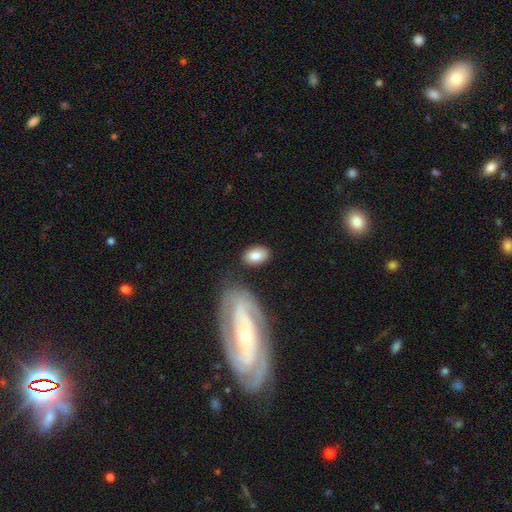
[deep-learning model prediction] This appears to be a smooth galaxy with no disk features (84%) that is in between round and cigar-shaped (90%). Merging: none (76%).